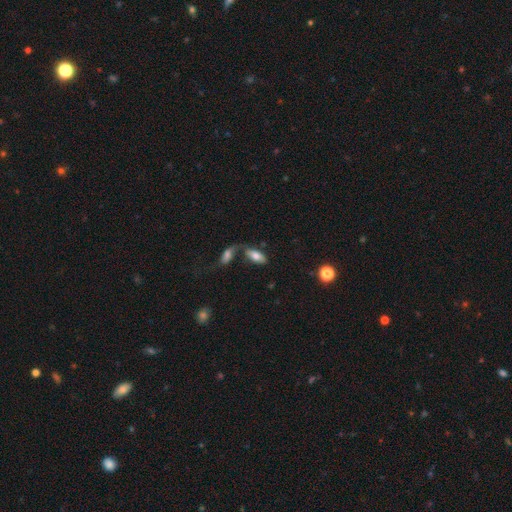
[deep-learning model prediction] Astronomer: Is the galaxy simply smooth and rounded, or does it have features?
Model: smooth — 75%.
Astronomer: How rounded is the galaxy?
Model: in between — 88%.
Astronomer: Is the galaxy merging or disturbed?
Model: merger — 40% (runner-up: none, 38%).